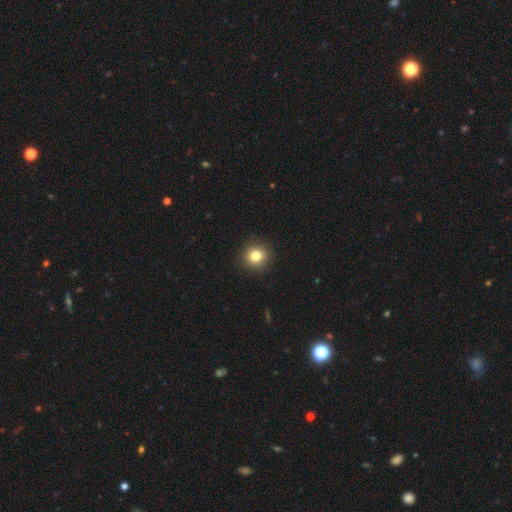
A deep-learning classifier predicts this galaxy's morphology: smooth_or_featured: smooth (p=0.82) [alt: star or artifact p=0.12]
how_rounded: round (p=0.91) [alt: in between p=0.08]
merging: none (p=0.92) [alt: minor disturbance p=0.05]